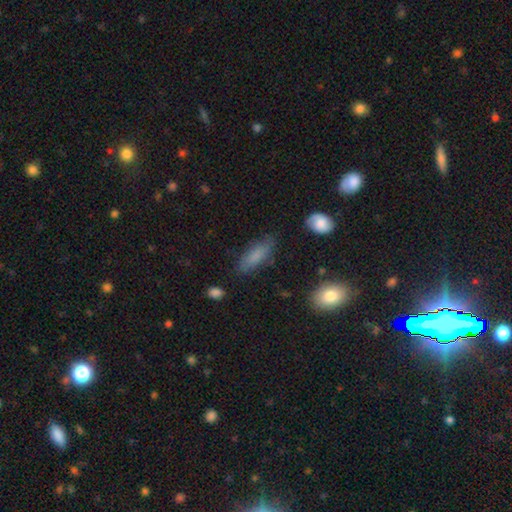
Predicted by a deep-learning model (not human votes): smooth_or_featured: smooth (p=0.78) [alt: featured or disk p=0.14]
how_rounded: in between (p=0.56) [alt: cigar-shaped p=0.41]
merging: none (p=0.77) [alt: minor disturbance p=0.16]